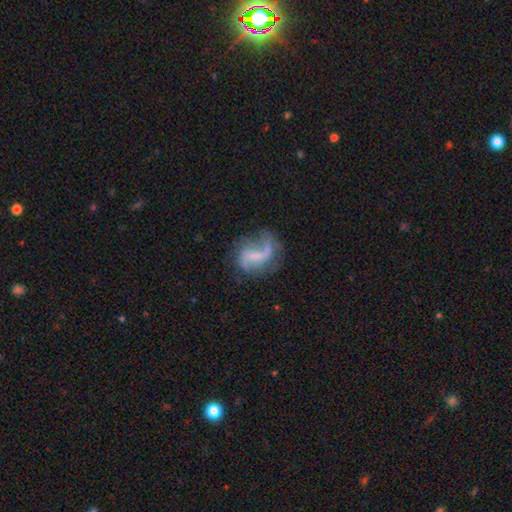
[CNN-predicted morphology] featured or disk 72%, smooth 19%, star or artifact 9%. Down the decision tree: edge-on disk — no (97%); bar — weak (45%); spiral arms — yes (81%); spiral arm count — 2 (63%); spiral winding — loose (68%); bulge size — none (41%); merging — none (44%).